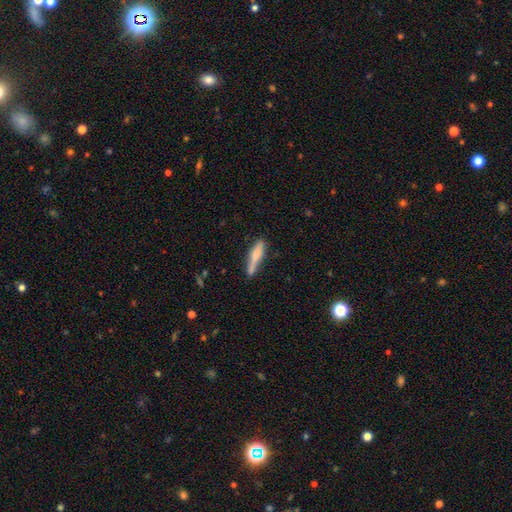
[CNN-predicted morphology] Smooth or featured? Predicted: smooth (p=0.70). How rounded? Predicted: cigar-shaped (p=0.86). Merging? Predicted: none (p=0.66).